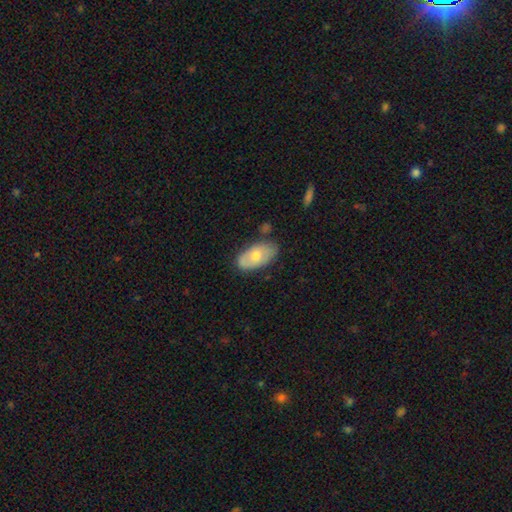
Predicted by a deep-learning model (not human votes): A smooth galaxy with no disk features (61%) that is in between round and cigar-shaped (93%).

Vote fractions:
- Smooth or featured? smooth: 61% / featured or disk: 34% / star or artifact: 6%
- How rounded? in between: 93% / round: 4% / cigar-shaped: 2%
- Merging? none: 72% / minor disturbance: 20% / major disturbance: 4% / merger: 3%